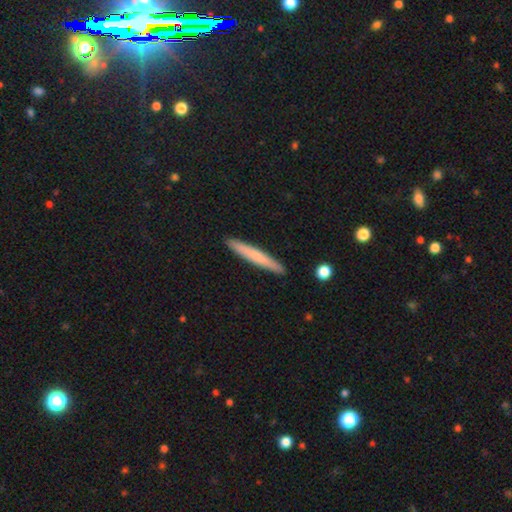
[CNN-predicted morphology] This appears to be a smooth galaxy with no disk features (68%) that is cigar-shaped (96%). Merging: none (91%).